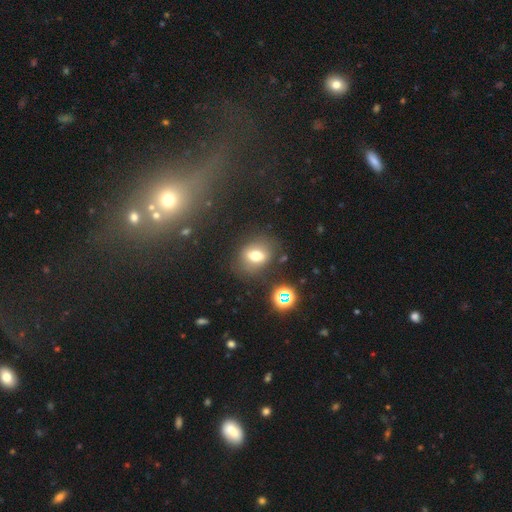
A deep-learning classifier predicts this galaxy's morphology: The model was most divided on "how rounded": in between: 59%, round: 39%, cigar-shaped: 2%. More confident: merging — none (76%); smooth or featured — smooth (65%).